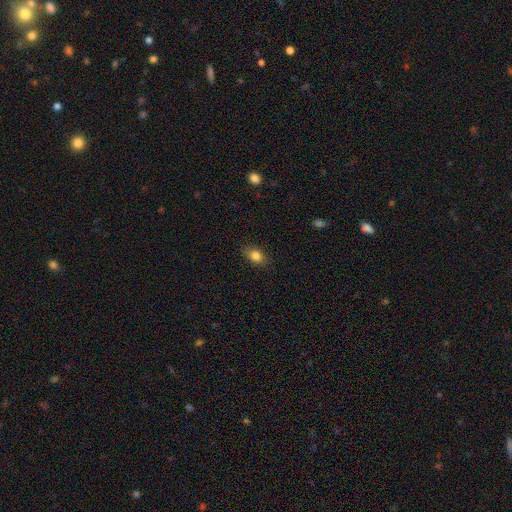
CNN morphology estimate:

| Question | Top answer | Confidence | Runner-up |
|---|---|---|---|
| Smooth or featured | smooth | 83% | star or artifact (10%) |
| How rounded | in between | 77% | round (21%) |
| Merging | none | 84% | minor disturbance (12%) |